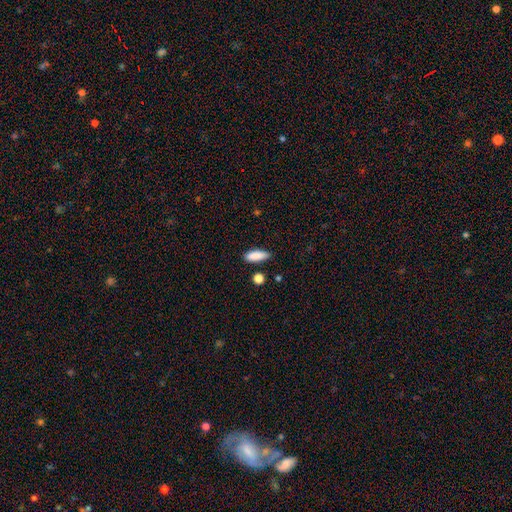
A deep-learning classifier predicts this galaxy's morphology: The model was most divided on "how rounded": in between: 65%, cigar-shaped: 32%, round: 3%. More confident: smooth or featured — smooth (87%); merging — none (74%).